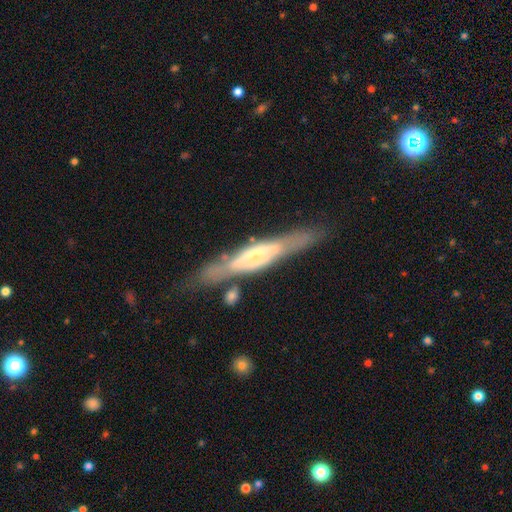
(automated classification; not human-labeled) This is likely a featured or disk galaxy (73%). It is clearly viewed edge-on (84%). Edge-on bulge: possibly rounded (52%). Merging: likely none (72%).